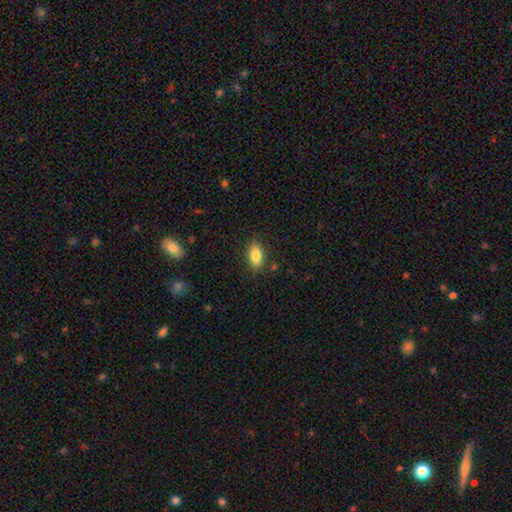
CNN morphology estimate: Smooth or featured: smooth — 83% (featured or disk — 9%)
How rounded: in between — 89% (round — 6%)
Merging: none — 85% (minor disturbance — 11%)